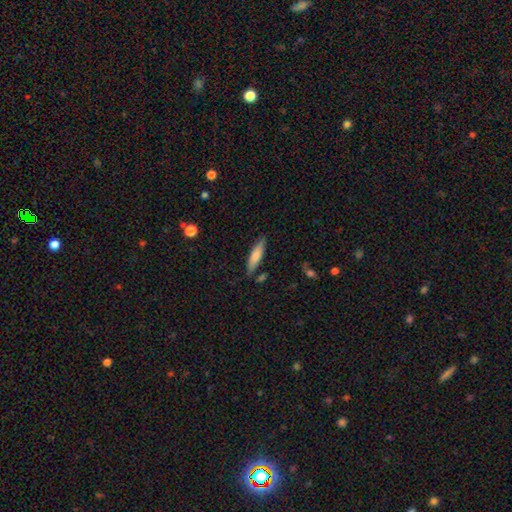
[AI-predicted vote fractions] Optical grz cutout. It shows a smooth galaxy with no disk features (74%) that is cigar-shaped (72%). Merging: none (82%).